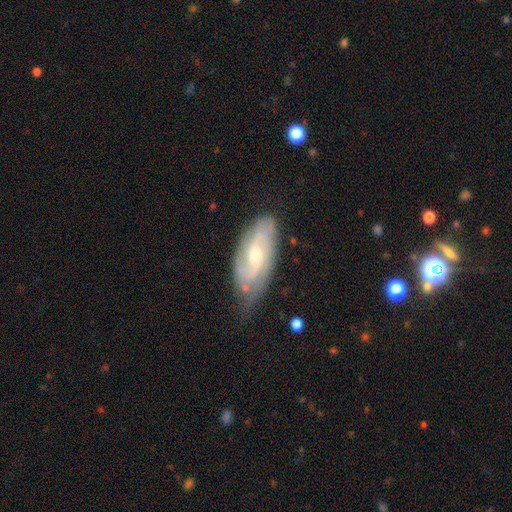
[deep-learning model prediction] A featured or disk galaxy (79%) with a weak bar (52%), 2 (69%) medium (46%) spiral arms (94%) and a moderate central bulge (53%).

Vote fractions:
- Smooth or featured? featured or disk: 79% / smooth: 15% / star or artifact: 6%
- Edge-on disk? no: 93% / yes: 7%
- Bar? weak: 52% / no: 36% / strong: 12%
- Spiral arms? yes: 94% / no: 6%
- Spiral winding? medium: 46% / tight: 33% / loose: 22%
- Spiral arm count? 2: 69% / can't tell: 16% / 3: 8% / 1: 3% / 4: 2% / more than 4: 2%
- Bulge size? moderate: 53% / small: 42% / large: 3% / none: 2% / dominant: 1%
- Merging? none: 63% / minor disturbance: 28% / major disturbance: 7% / merger: 2%